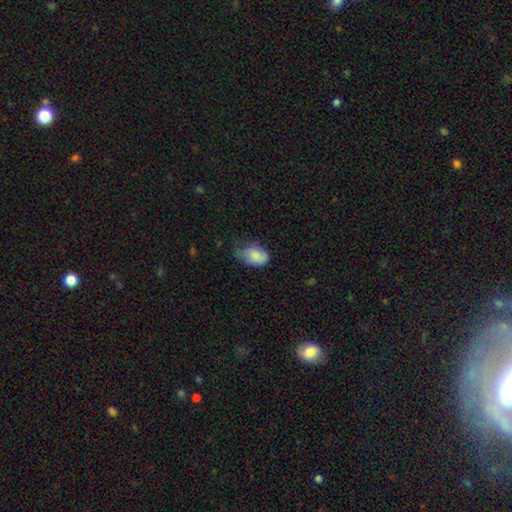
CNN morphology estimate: A smooth galaxy with no disk features (83%) that is in between round and cigar-shaped (88%). Merging: minor disturbance (47%).